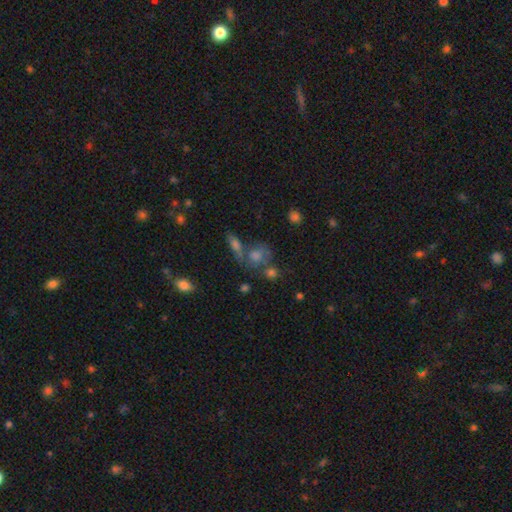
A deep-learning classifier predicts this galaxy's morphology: Smooth or featured?
  - star or artifact: 42% *
  - smooth: 34%
  - featured or disk: 24%